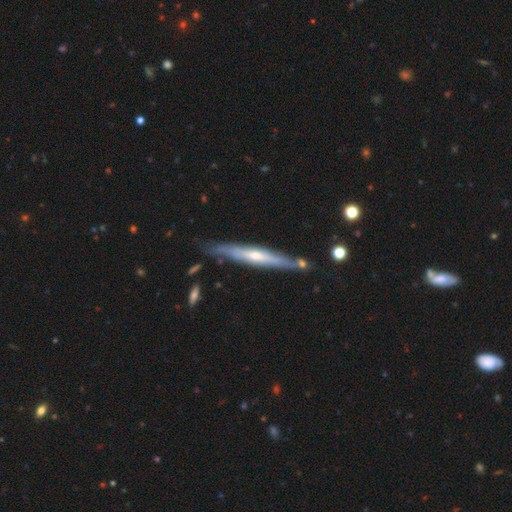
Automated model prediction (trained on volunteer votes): featured or disk 69%, smooth 26%, star or artifact 5%. Down the decision tree: edge-on disk — yes (88%); edge-on bulge — rounded (60%); merging — none (77%).